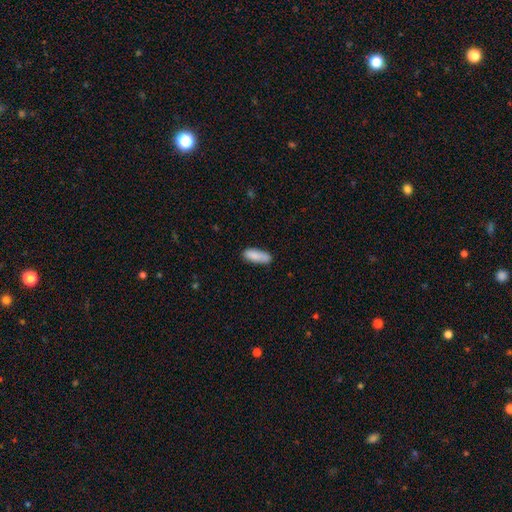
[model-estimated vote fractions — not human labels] Smooth or featured: smooth — 85% (featured or disk — 9%)
How rounded: in between — 66% (cigar-shaped — 32%)
Merging: none — 69% (minor disturbance — 22%)